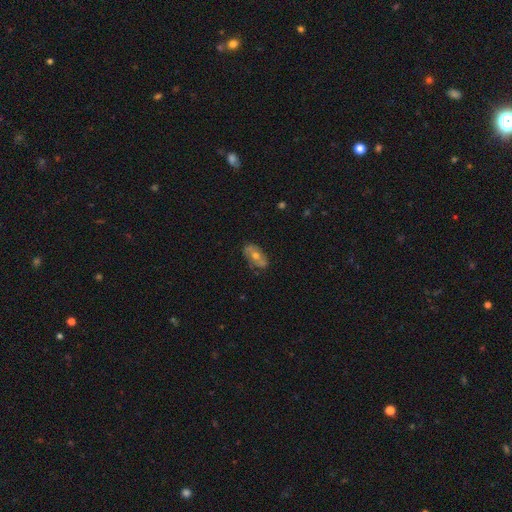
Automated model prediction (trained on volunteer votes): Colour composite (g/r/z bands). It shows a featured or disk galaxy (56%). Merging: none (77%).